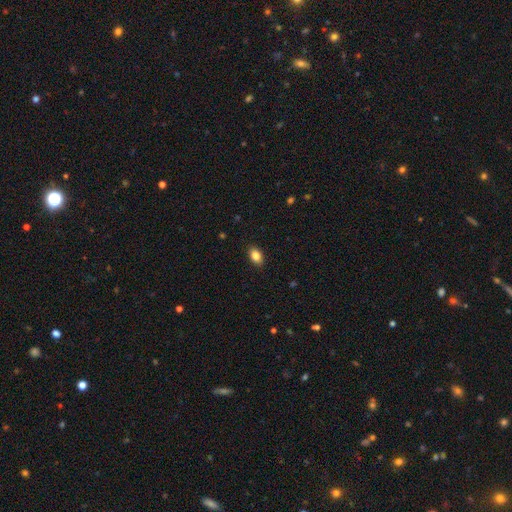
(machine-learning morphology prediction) A smooth galaxy with no disk features (86%) that is in between round and cigar-shaped (87%). Merging: none (89%).